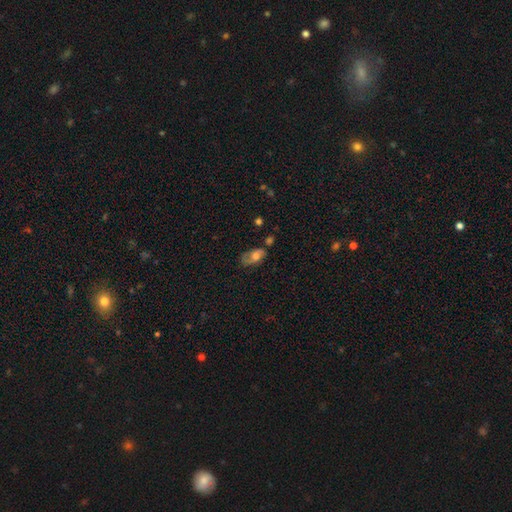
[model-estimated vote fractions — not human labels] This is possibly a featured or disk galaxy (48%). Merging: possibly none (57%).